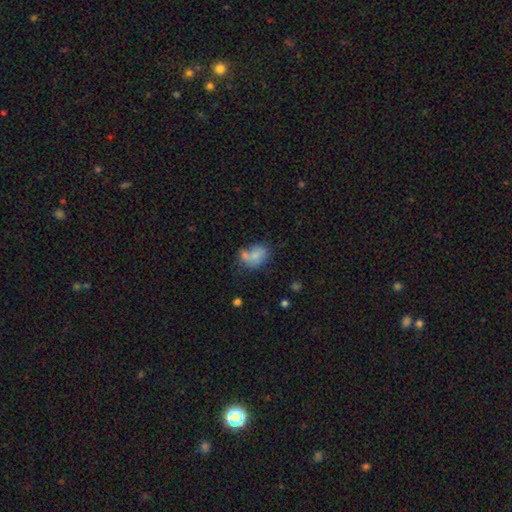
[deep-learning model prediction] This appears to be a smooth galaxy with no disk features (74%) that is in between round and cigar-shaped (74%). Merging: none (34%, tied with merger).